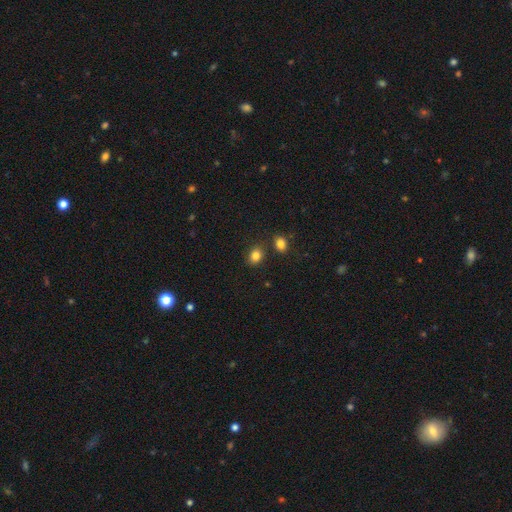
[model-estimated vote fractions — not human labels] Overall: smooth (83%). How rounded: in between (57%; round 42%). Merging: none (77%).